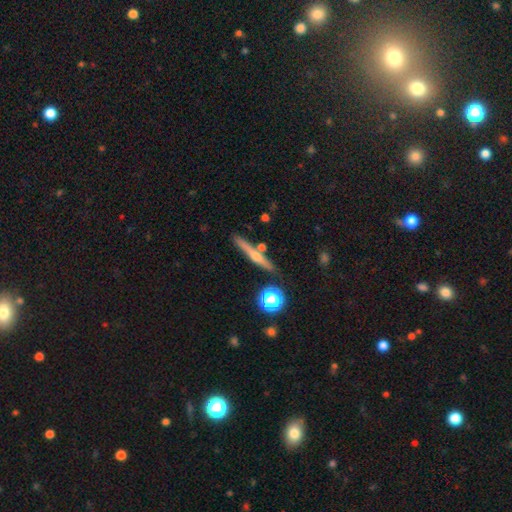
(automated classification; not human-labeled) Morphology: type=featured or disk (53%); edge-on=yes (95%); edge-on bulge=rounded (72%); merging=none (81%).